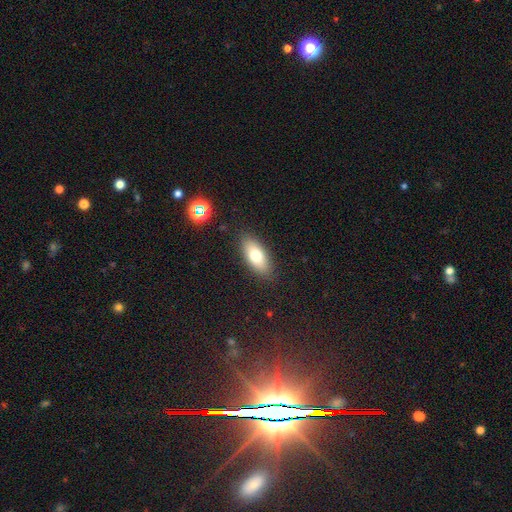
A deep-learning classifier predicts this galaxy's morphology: A smooth galaxy with no disk features (73%) that is in between round and cigar-shaped (83%). Merging: none (87%).